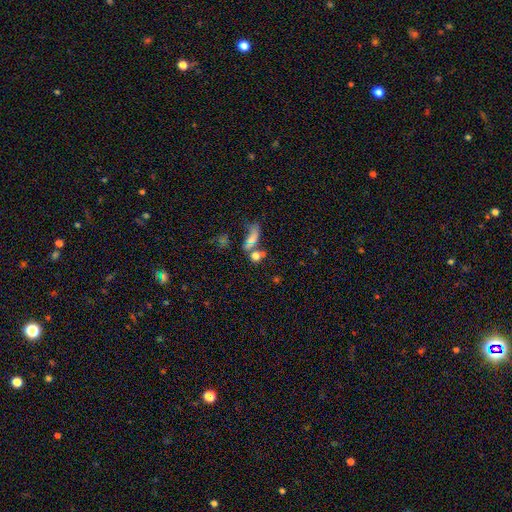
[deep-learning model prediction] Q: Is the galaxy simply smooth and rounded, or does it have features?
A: smooth — 67%.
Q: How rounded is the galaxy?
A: round — 50%.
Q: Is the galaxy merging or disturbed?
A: merger — 42%.